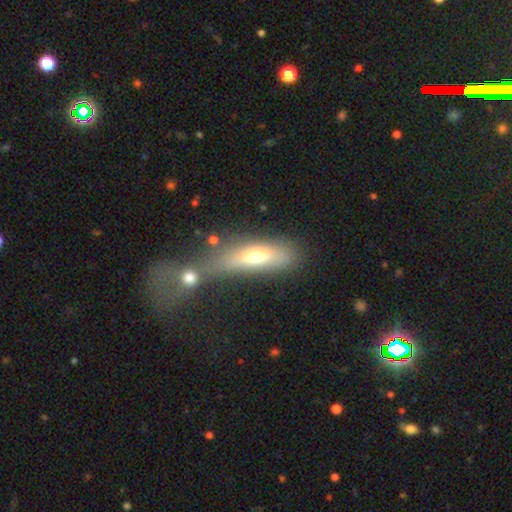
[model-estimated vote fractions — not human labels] Morphology: type=smooth (61%); roundness=in between (58%); merging=none (46%).